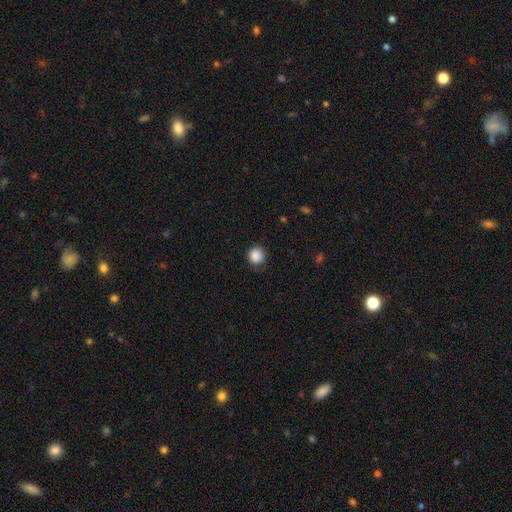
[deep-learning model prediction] This appears to be a smooth galaxy with no disk features (87%) that is round (93%). Merging: none (82%).